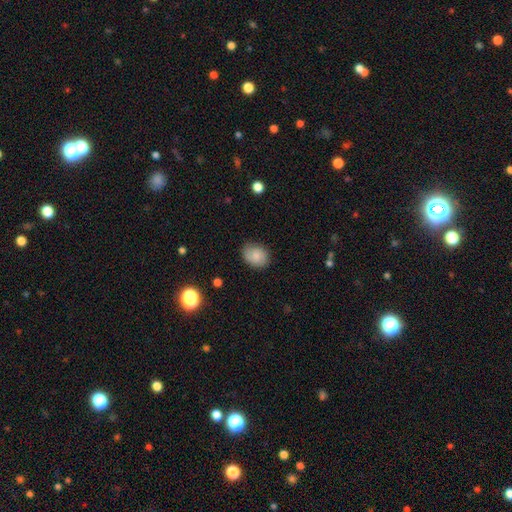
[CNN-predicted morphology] Q: Smooth or featured?
A: smooth (76%); runner-up: featured or disk (16%)
Q: How rounded?
A: in between (62%); runner-up: round (37%)
Q: Merging?
A: none (78%); runner-up: minor disturbance (17%)